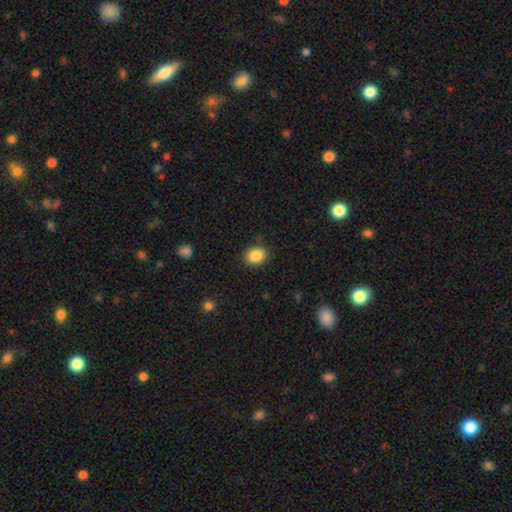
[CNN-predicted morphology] A smooth galaxy with no disk features (87%) that is round (50%). Merging: none (89%).